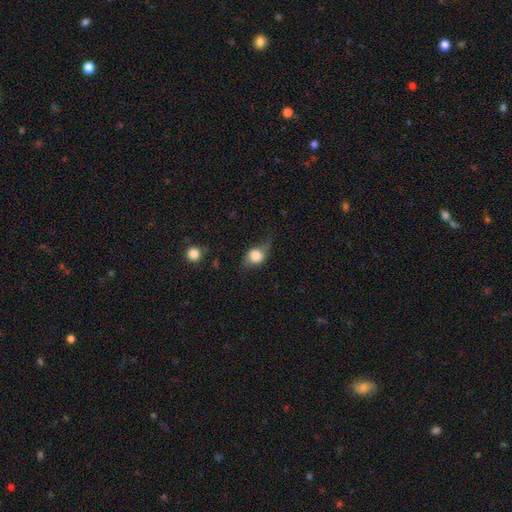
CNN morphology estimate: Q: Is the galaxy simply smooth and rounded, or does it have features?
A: smooth — 63%.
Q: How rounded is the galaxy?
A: round — 61%.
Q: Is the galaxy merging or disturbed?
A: none — 51%.